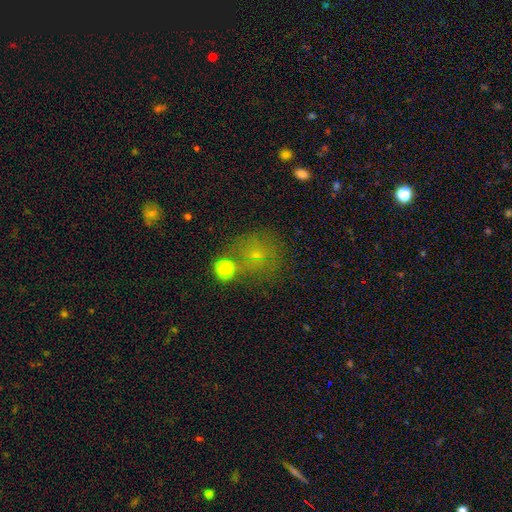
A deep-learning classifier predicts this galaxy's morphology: A smooth galaxy with no disk features (61%) that is round (79%). Merging: none (59%).